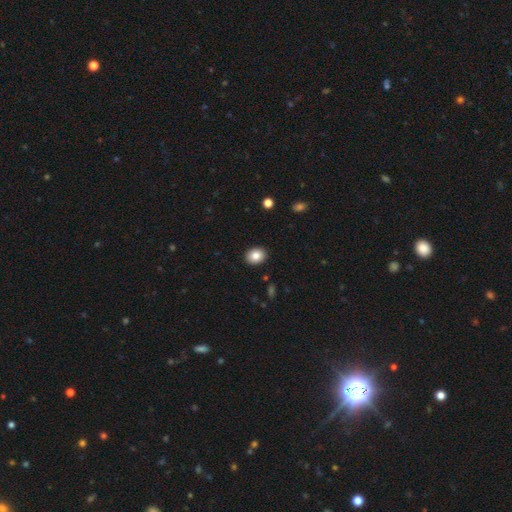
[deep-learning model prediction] smooth-or-featured: smooth: 85% | star or artifact: 9% | featured or disk: 7%
  how-rounded: round: 50% | in between: 49% | cigar-shaped: 1%
  merging: none: 91% | minor disturbance: 6% | major disturbance: 2% | merger: 1%